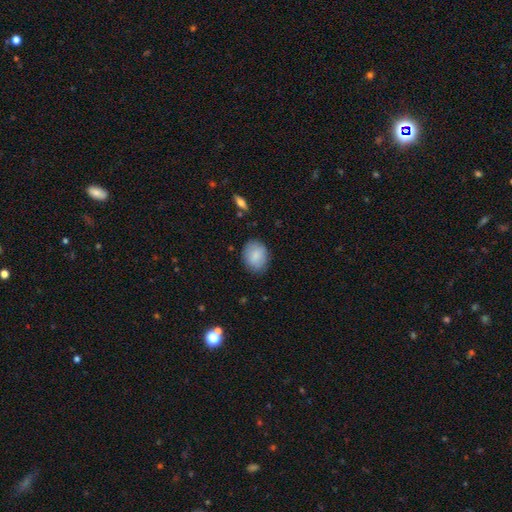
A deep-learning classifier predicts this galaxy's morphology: type=smooth (83%); roundness=in between (57%); merging=none (81%).